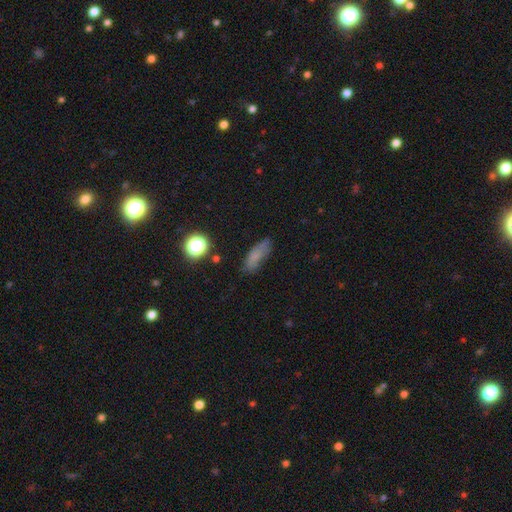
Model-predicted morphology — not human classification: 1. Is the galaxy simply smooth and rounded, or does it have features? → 70% smooth, 15% featured or disk, 15% star or artifact.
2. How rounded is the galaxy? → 61% in between, 34% cigar-shaped, 5% round.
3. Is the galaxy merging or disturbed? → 66% none, 23% minor disturbance, 8% major disturbance, 3% merger.